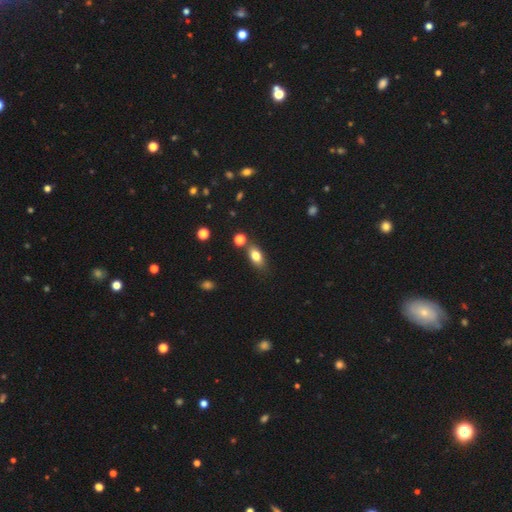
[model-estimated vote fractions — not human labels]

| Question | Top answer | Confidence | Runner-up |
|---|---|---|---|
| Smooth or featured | smooth | 79% | featured or disk (12%) |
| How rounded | in between | 82% | round (10%) |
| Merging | none | 74% | minor disturbance (13%) |